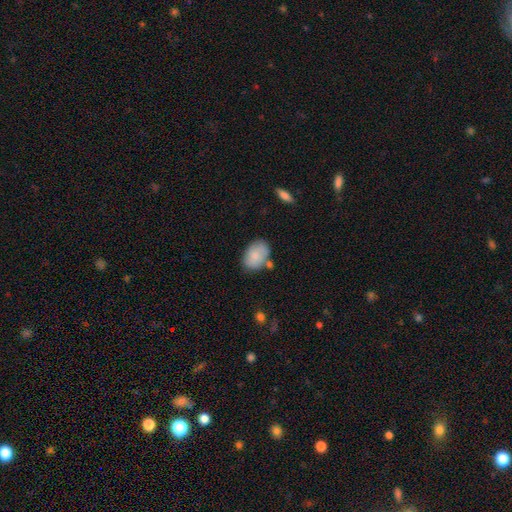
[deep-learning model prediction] The model was most divided on "merging": none: 68%, minor disturbance: 19%, merger: 8%, major disturbance: 5%. More confident: how rounded — in between (86%); smooth or featured — smooth (85%).